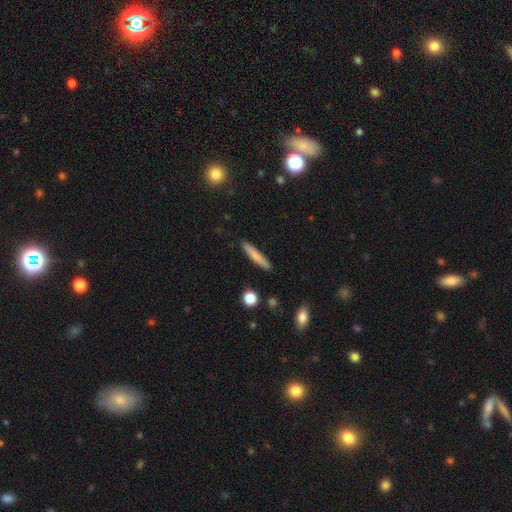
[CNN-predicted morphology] Smooth or featured? smooth (75%)
How rounded? cigar-shaped (93%)
Merging? none (89%)